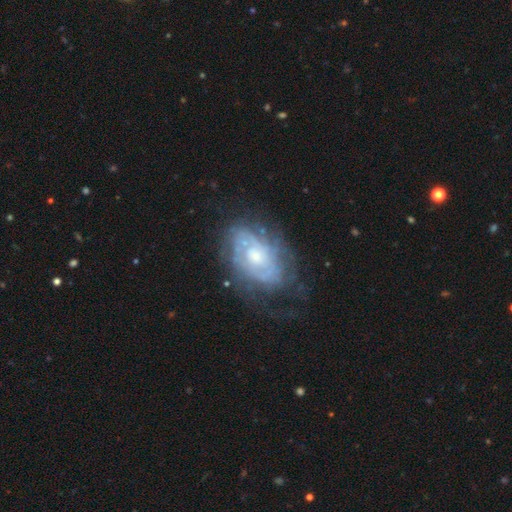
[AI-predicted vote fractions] This is likely a featured or disk galaxy (78%). It is clearly not viewed edge-on (95%). Bar: likely no (75%). Spiral arm pattern: clearly yes (82%). Spiral arm count: possibly can't tell (55%). Spiral winding: likely tight (64%). Central bulge: possibly moderate (47%). Merging: likely none (61%).